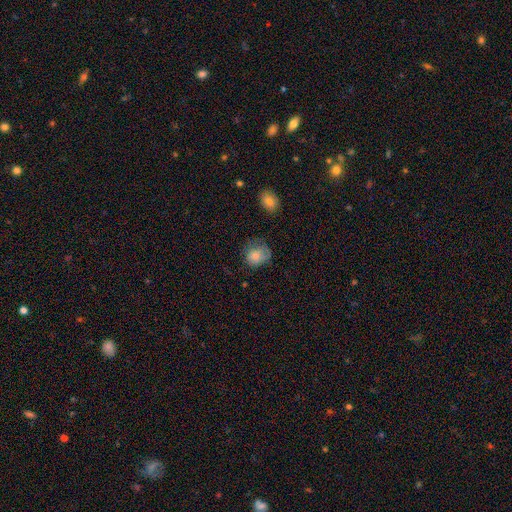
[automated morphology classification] Smooth or featured? Predicted: smooth (p=0.78). How rounded? Predicted: round (p=0.65). Merging? Predicted: none (p=0.46).